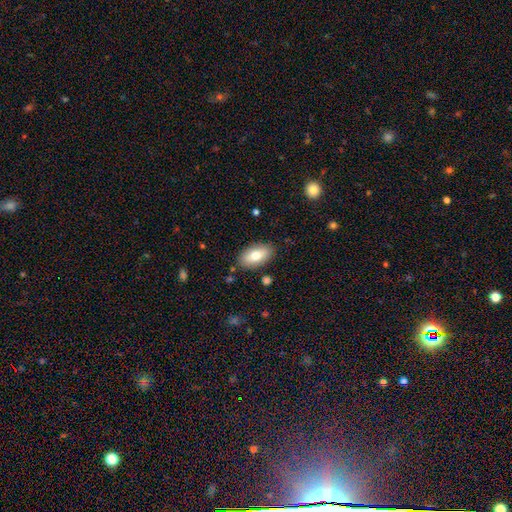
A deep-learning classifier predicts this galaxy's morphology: This is likely a smooth galaxy (75%). How rounded: clearly in between (92%). Merging: clearly none (85%).